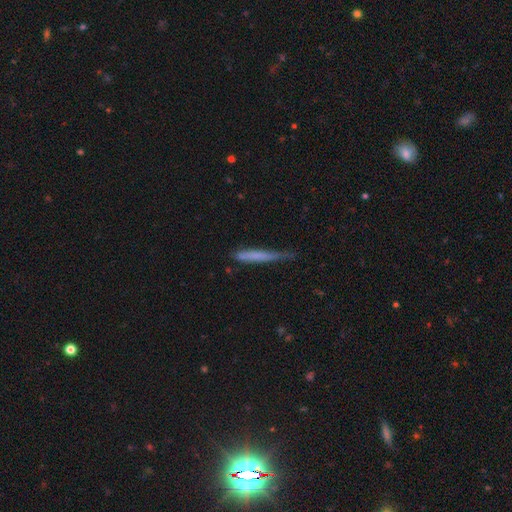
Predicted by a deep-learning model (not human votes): Smooth or featured? smooth (65%)
How rounded? cigar-shaped (95%)
Merging? none (56%)